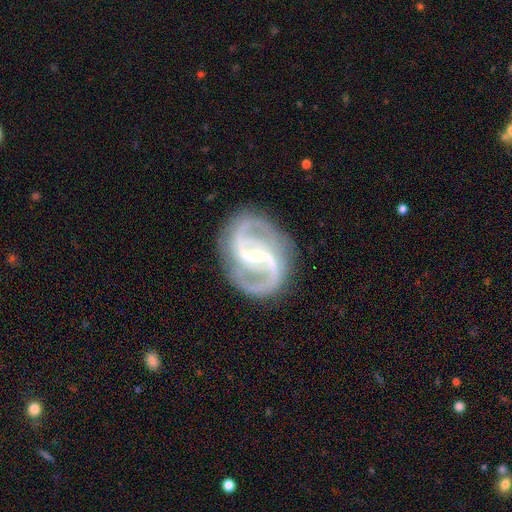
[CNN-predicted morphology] This is clearly a featured or disk galaxy (92%). It is clearly not viewed edge-on (98%). Bar: possibly strong (50%). Spiral arm pattern: clearly yes (98%). Spiral arm count: clearly 2 (89%). Spiral winding: possibly medium (59%). Central bulge: likely small (67%). Merging: clearly none (81%).